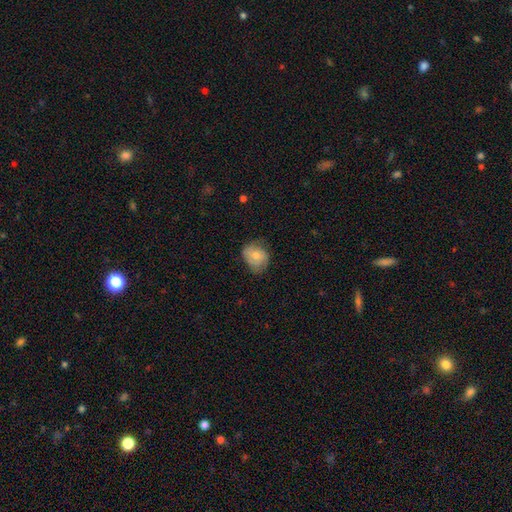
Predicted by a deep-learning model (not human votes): smooth-or-featured: smooth: 59% | featured or disk: 33% | star or artifact: 7%
  how-rounded: round: 58% | in between: 41% | cigar-shaped: 1%
  merging: none: 59% | minor disturbance: 30% | major disturbance: 9% | merger: 1%